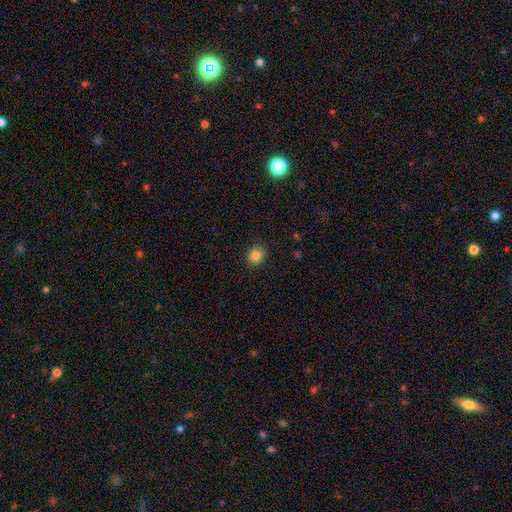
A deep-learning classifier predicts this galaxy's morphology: This is clearly a smooth galaxy (82%). How rounded: likely round (66%). Merging: clearly none (89%).